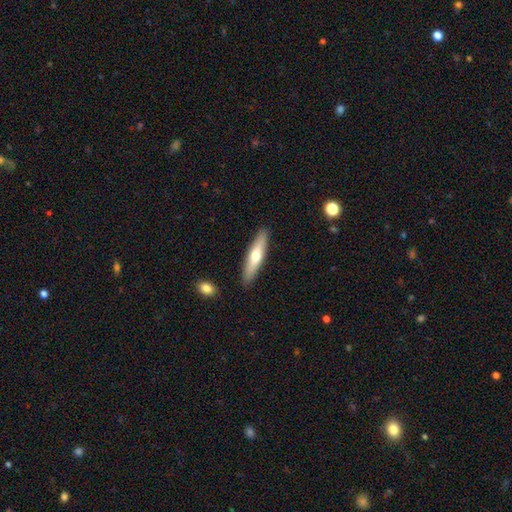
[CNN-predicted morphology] smooth-or-featured: smooth: 56% | featured or disk: 39% | star or artifact: 5%
  how-rounded: cigar-shaped: 83% | in between: 15% | round: 1%
  merging: none: 89% | minor disturbance: 8% | major disturbance: 2% | merger: 2%